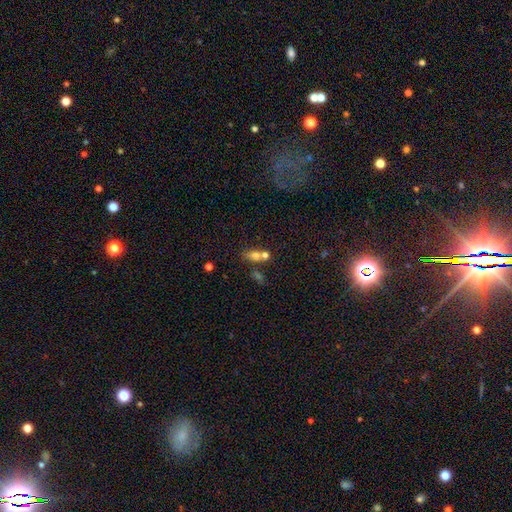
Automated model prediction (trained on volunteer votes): This is likely a smooth galaxy (68%). How rounded: likely in between (61%). Merging: possibly merger (48%).